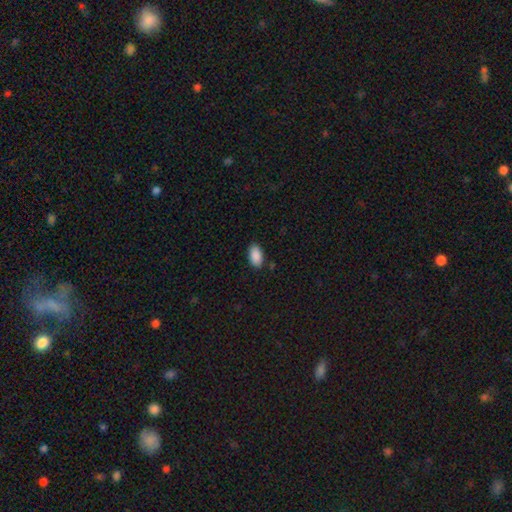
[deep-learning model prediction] This appears to be a smooth galaxy with no disk features (90%) that is in between round and cigar-shaped (95%). Merging: none (87%).